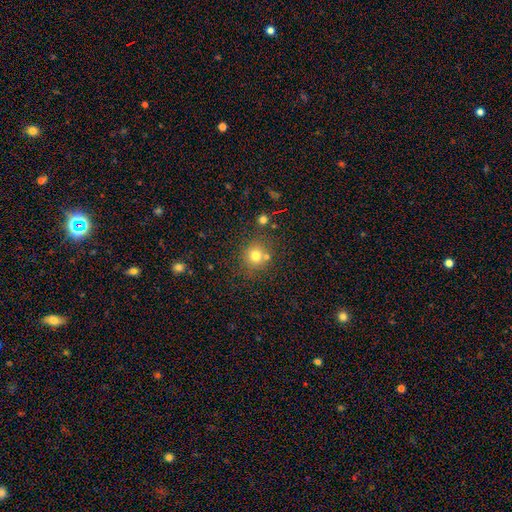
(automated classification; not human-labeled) Overall: smooth (74%). How rounded: round (88%). Merging: none (71%).